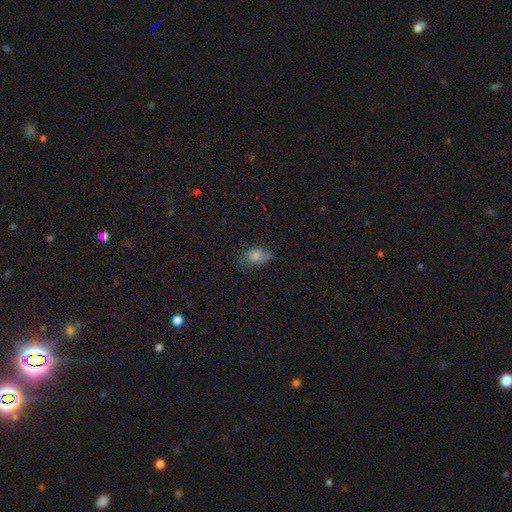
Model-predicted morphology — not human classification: This appears to be a smooth galaxy with no disk features (74%) that is in between round and cigar-shaped (81%). Merging: none (64%).